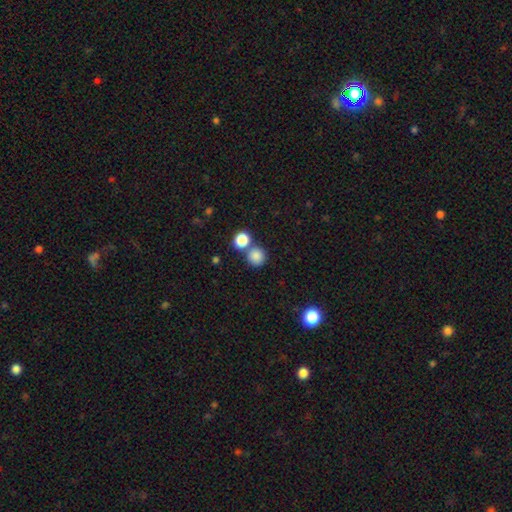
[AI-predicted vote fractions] smooth-or-featured: smooth: 84% | star or artifact: 11% | featured or disk: 5%
  how-rounded: round: 90% | in between: 9% | cigar-shaped: 1%
  merging: none: 63% | merger: 27% | minor disturbance: 8% | major disturbance: 3%